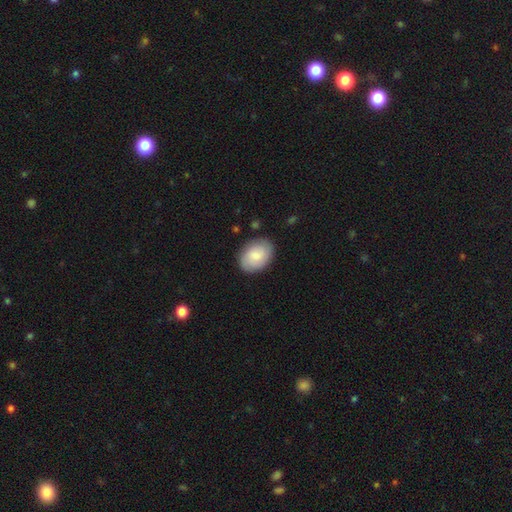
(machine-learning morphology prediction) Smooth or featured?
  - smooth: 79% *
  - featured or disk: 15%
  - star or artifact: 6%
How rounded?
  - in between: 75% *
  - round: 24%
  - cigar-shaped: 1%
Merging?
  - none: 85% *
  - minor disturbance: 11%
  - major disturbance: 3%
  - merger: 1%